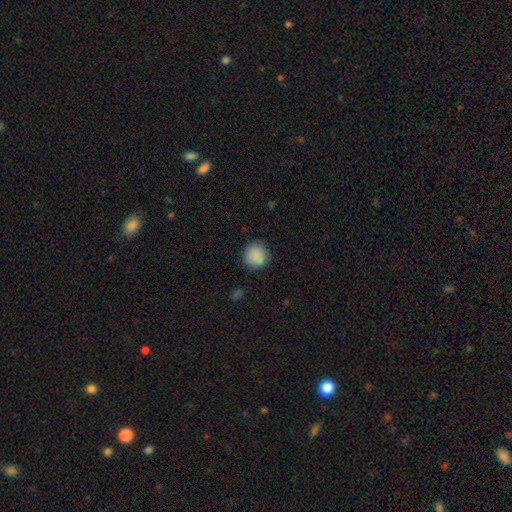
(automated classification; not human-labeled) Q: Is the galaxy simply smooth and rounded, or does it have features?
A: smooth — 89%.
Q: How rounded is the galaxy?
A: round — 93%.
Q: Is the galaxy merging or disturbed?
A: none — 89%.